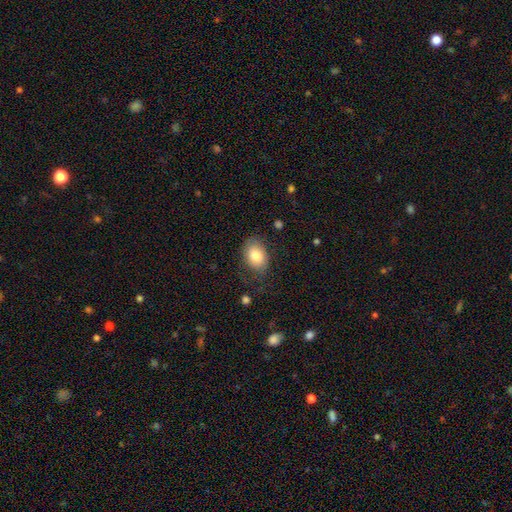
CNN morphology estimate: Smooth or featured?
  - smooth: 82% *
  - featured or disk: 11%
  - star or artifact: 7%
How rounded?
  - in between: 82% *
  - round: 16%
  - cigar-shaped: 1%
Merging?
  - none: 69% *
  - minor disturbance: 21%
  - major disturbance: 9%
  - merger: 2%